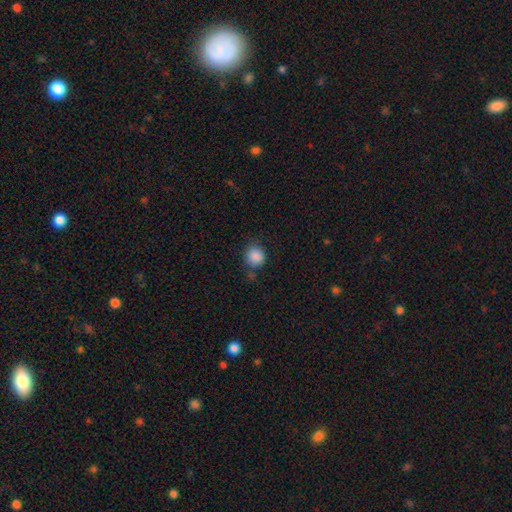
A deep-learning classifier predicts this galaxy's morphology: Smooth or featured?
  - smooth: 87% *
  - star or artifact: 9%
  - featured or disk: 4%
How rounded?
  - round: 83% *
  - in between: 16%
  - cigar-shaped: 1%
Merging?
  - none: 75% *
  - minor disturbance: 17%
  - major disturbance: 5%
  - merger: 4%